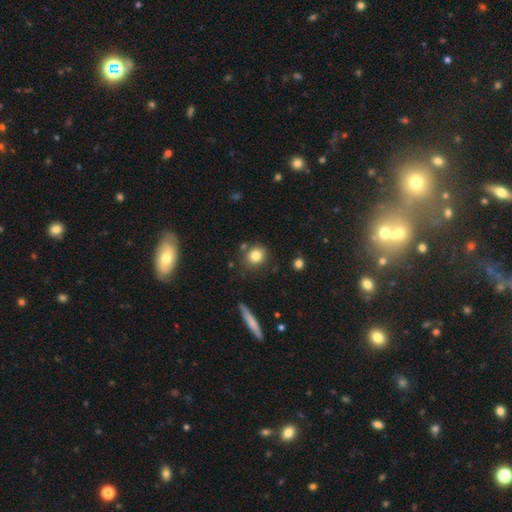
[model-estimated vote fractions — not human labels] smooth-or-featured: smooth: 81% | star or artifact: 11% | featured or disk: 8%
  how-rounded: round: 77% | in between: 21% | cigar-shaped: 2%
  merging: none: 80% | minor disturbance: 11% | merger: 6% | major disturbance: 3%